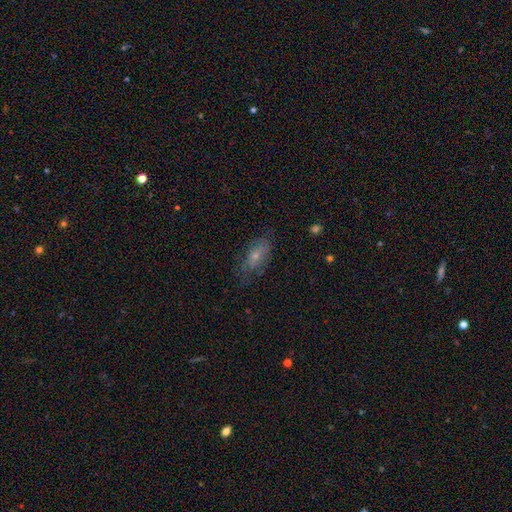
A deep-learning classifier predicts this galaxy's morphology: Q: Smooth or featured?
A: smooth (55%); runner-up: featured or disk (35%)
Q: How rounded?
A: in between (79%); runner-up: cigar-shaped (15%)
Q: Merging?
A: none (62%); runner-up: minor disturbance (25%)